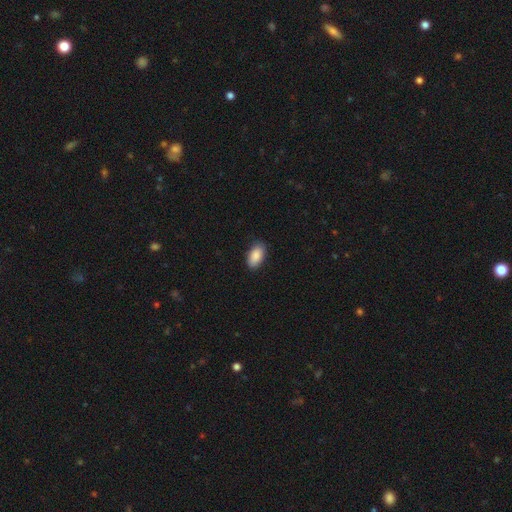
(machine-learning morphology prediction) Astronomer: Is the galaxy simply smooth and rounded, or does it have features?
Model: smooth — 89%.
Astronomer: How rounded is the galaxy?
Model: in between — 94%.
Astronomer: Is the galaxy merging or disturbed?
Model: none — 84%.